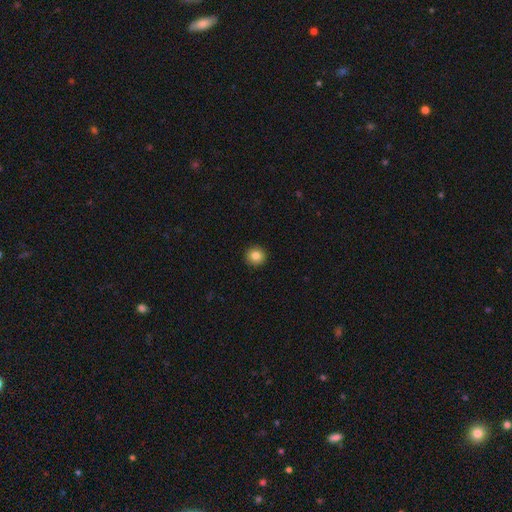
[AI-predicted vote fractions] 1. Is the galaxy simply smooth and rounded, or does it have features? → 85% smooth, 10% star or artifact, 5% featured or disk.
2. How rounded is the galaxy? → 93% round, 6% in between, 1% cigar-shaped.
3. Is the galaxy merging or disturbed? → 93% none, 5% minor disturbance, 2% major disturbance, 1% merger.